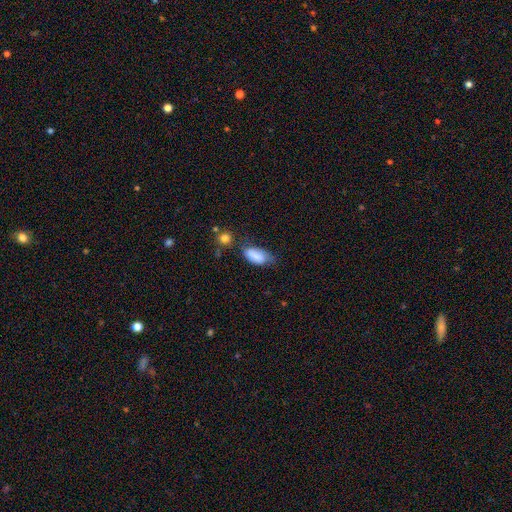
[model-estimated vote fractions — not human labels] Q: Smooth or featured?
A: smooth (81%); runner-up: featured or disk (12%)
Q: How rounded?
A: in between (92%); runner-up: cigar-shaped (5%)
Q: Merging?
A: none (46%); runner-up: minor disturbance (36%)